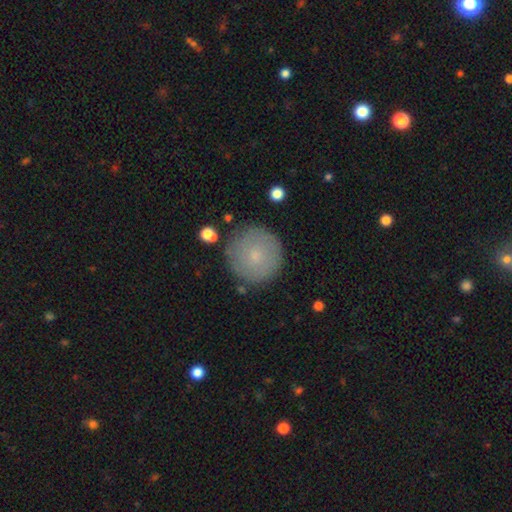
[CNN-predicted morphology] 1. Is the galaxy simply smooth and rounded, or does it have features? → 71% smooth, 21% featured or disk, 8% star or artifact.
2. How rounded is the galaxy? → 96% round, 3% in between, 1% cigar-shaped.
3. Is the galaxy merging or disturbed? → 86% none, 9% minor disturbance, 3% major disturbance, 2% merger.